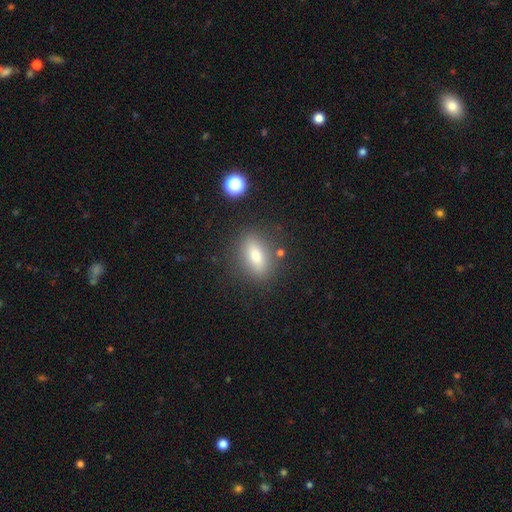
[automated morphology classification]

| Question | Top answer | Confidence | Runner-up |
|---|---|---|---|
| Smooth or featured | smooth | 68% | featured or disk (23%) |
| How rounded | in between | 70% | cigar-shaped (21%) |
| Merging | none | 82% | minor disturbance (11%) |